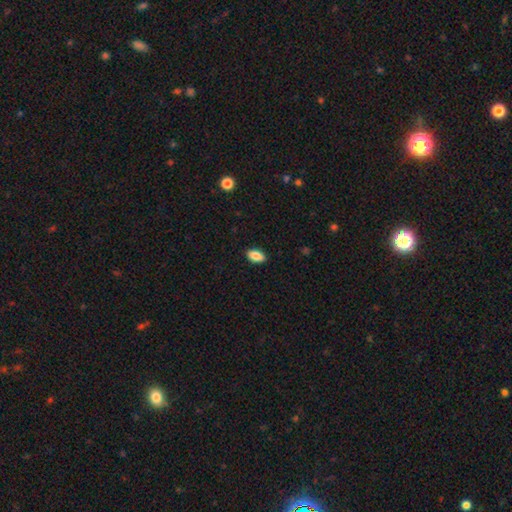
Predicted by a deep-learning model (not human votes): Q: Smooth or featured?
A: smooth (86%); runner-up: star or artifact (7%)
Q: How rounded?
A: in between (92%); runner-up: round (5%)
Q: Merging?
A: none (89%); runner-up: minor disturbance (9%)